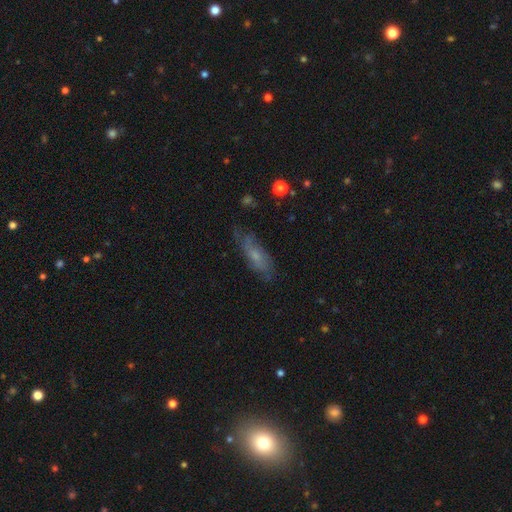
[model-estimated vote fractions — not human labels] Smooth or featured: featured or disk — 46% (smooth — 44%)
Merging: none — 67% (minor disturbance — 23%)